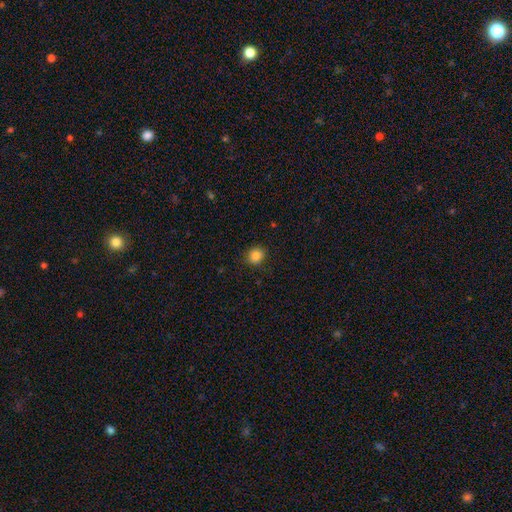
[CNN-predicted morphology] Smooth or featured? Predicted: smooth (p=0.85). How rounded? Predicted: round (p=0.80). Merging? Predicted: none (p=0.87).